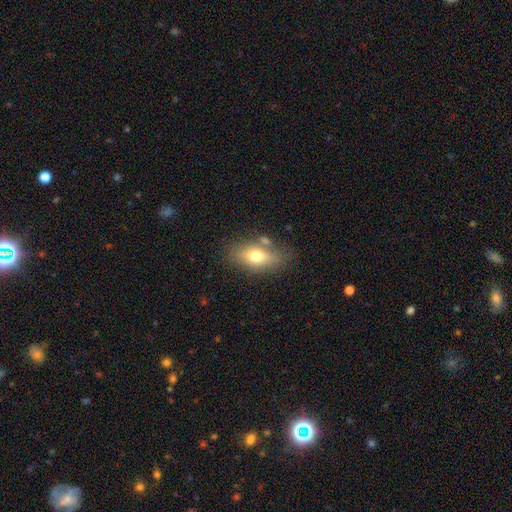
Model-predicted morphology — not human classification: The model was most divided on "smooth or featured": smooth: 66%, featured or disk: 26%, star or artifact: 8%. More confident: how rounded — in between (81%); merging — none (68%).